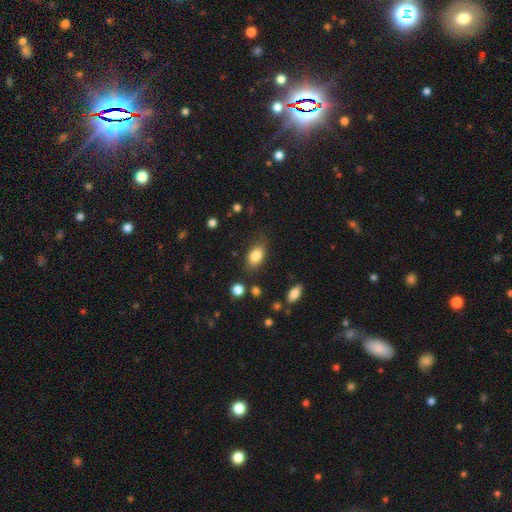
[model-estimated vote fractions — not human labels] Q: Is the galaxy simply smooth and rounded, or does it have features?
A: smooth — 83%.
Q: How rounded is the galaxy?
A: in between — 86%.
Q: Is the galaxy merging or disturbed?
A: none — 73%.